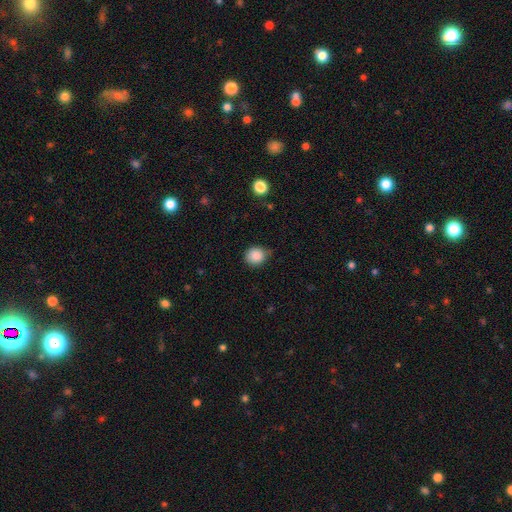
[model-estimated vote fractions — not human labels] This appears to be a smooth galaxy with no disk features (87%) that is round (76%). Merging: none (74%).